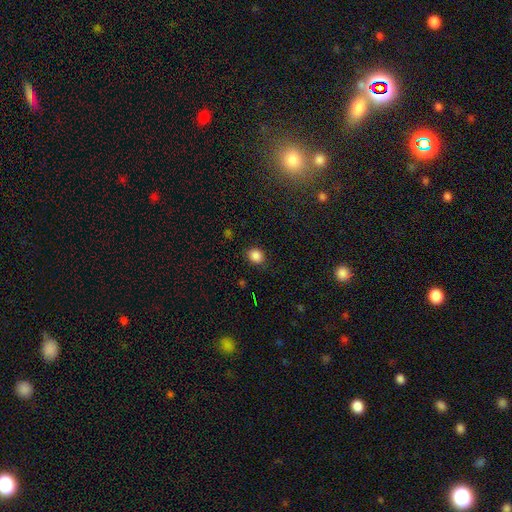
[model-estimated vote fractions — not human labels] smooth-or-featured: smooth: 86% | star or artifact: 11% | featured or disk: 3%
  how-rounded: round: 66% | in between: 33% | cigar-shaped: 1%
  merging: none: 84% | minor disturbance: 11% | major disturbance: 3% | merger: 1%